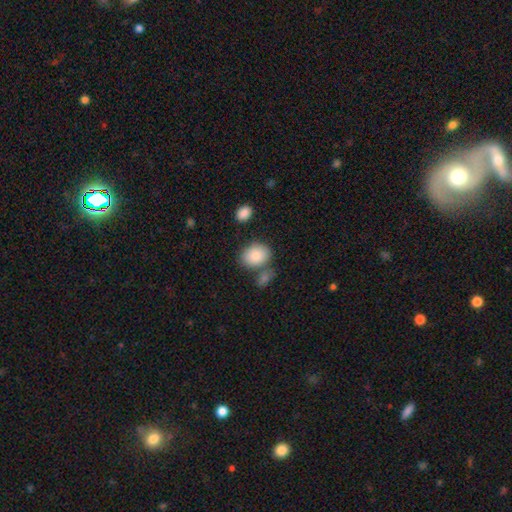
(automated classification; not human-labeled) A smooth galaxy with no disk features (86%) that is in between round and cigar-shaped (63%).

Vote fractions:
- Smooth or featured? smooth: 86% / star or artifact: 7% / featured or disk: 7%
- How rounded? in between: 63% / round: 36% / cigar-shaped: 1%
- Merging? none: 62% / merger: 19% / minor disturbance: 14% / major disturbance: 5%